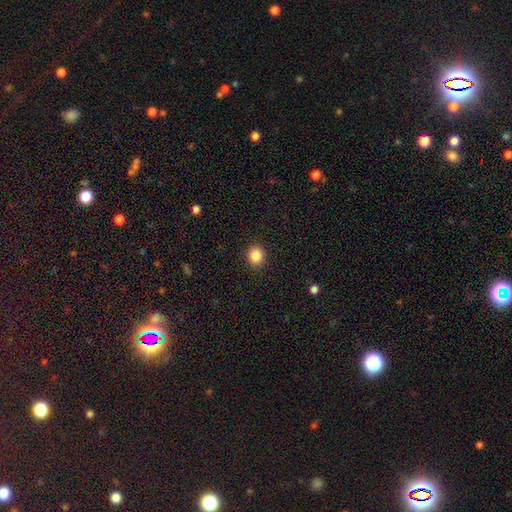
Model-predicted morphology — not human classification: Q: Smooth or featured?
A: smooth (86%); runner-up: star or artifact (10%)
Q: How rounded?
A: round (80%); runner-up: in between (19%)
Q: Merging?
A: none (91%); runner-up: minor disturbance (6%)